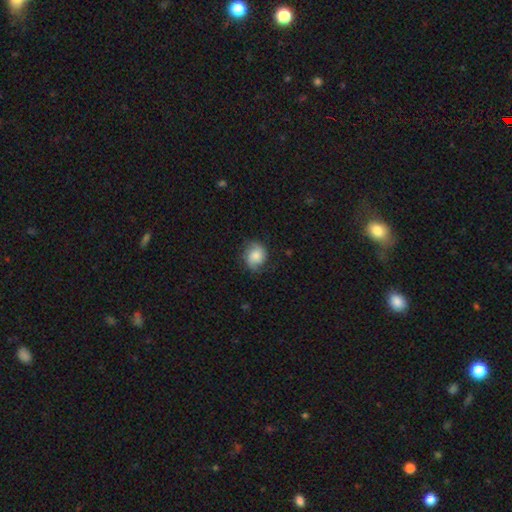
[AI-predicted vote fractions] A smooth galaxy with no disk features (53%) that is round (69%). Merging: none (71%).